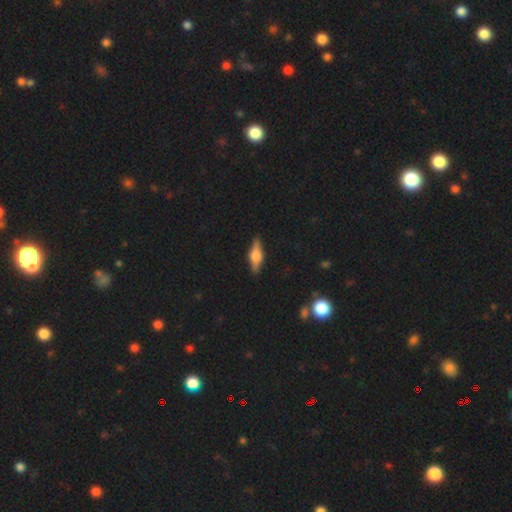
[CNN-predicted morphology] Smooth or featured? Predicted: featured or disk (p=0.60). Edge-on disk? Predicted: yes (p=0.95). Edge-on bulge? Predicted: rounded (p=0.89). Merging? Predicted: none (p=0.88).